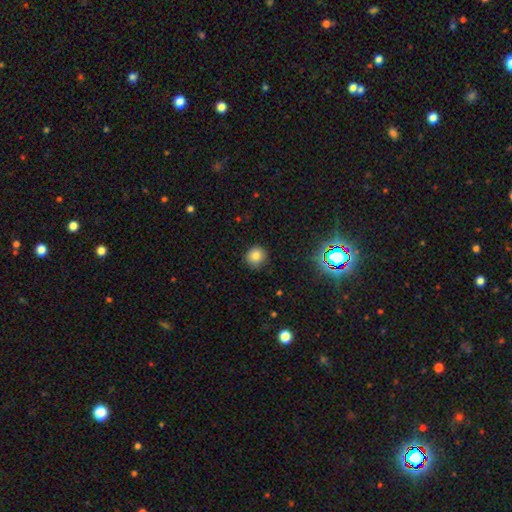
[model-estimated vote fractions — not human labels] The model was most divided on "smooth or featured": smooth: 80%, star or artifact: 14%, featured or disk: 6%. More confident: how rounded — round (91%); merging — none (89%).